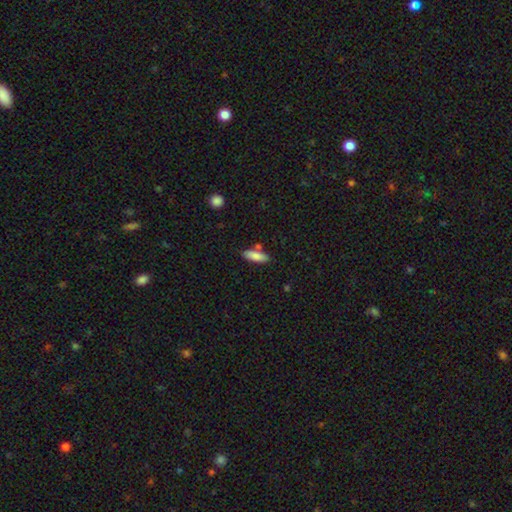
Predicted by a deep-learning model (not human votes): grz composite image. It shows a smooth galaxy with no disk features (84%) that is in between round and cigar-shaped (64%). Merging: none (76%).